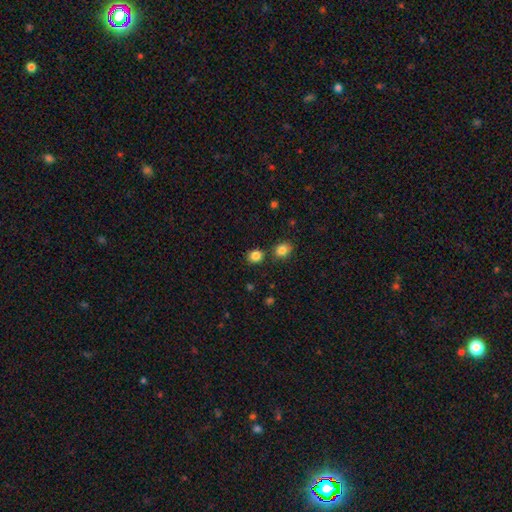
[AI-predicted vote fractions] This is clearly a smooth galaxy (85%). How rounded: likely round (73%). Merging: likely none (76%).